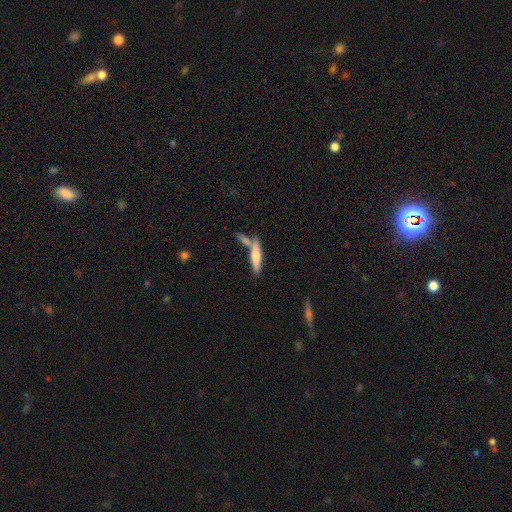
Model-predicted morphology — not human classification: This appears to be a smooth galaxy with no disk features (60%) that is cigar-shaped (82%). Merging: none (55%).